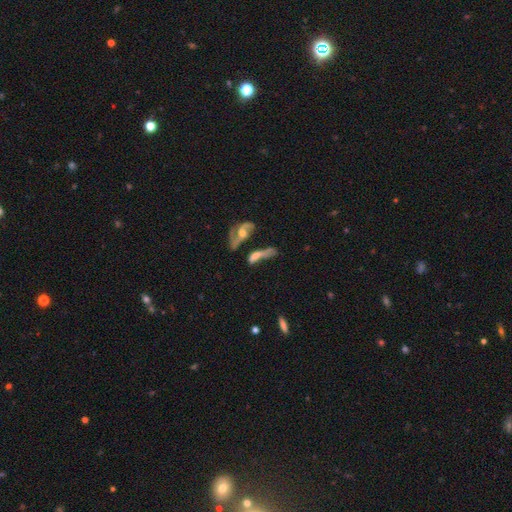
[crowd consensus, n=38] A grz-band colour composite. It shows a featured or disk galaxy (55%) with no bar (82%), no spiral arms (65%) and a moderate central bulge (47%). Merging: major disturbance (37%).